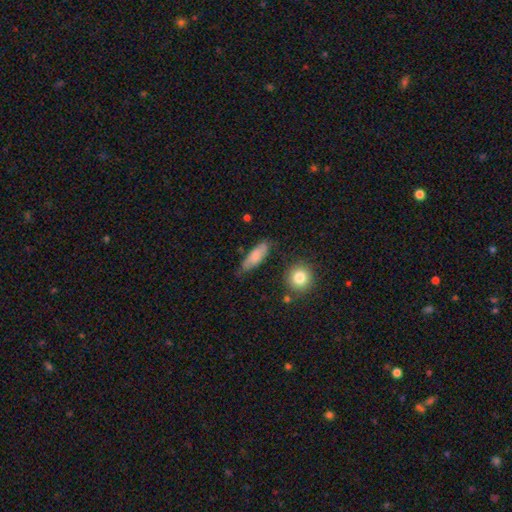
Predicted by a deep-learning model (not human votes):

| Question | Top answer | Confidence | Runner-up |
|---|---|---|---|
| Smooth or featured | smooth | 71% | featured or disk (22%) |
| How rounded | in between | 65% | cigar-shaped (32%) |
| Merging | none | 64% | minor disturbance (26%) |